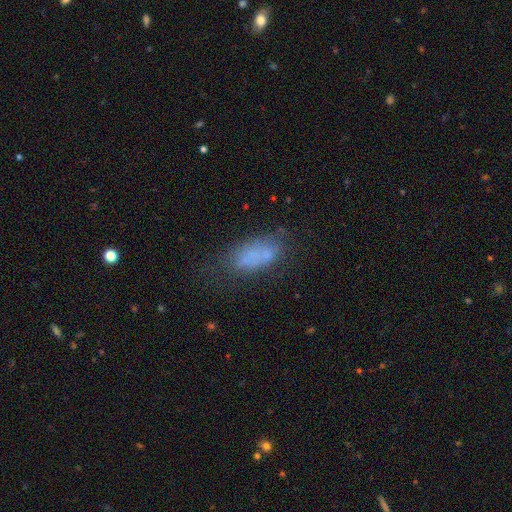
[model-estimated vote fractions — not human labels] Smooth or featured? smooth (61%)
How rounded? in between (83%)
Merging? none (48%)